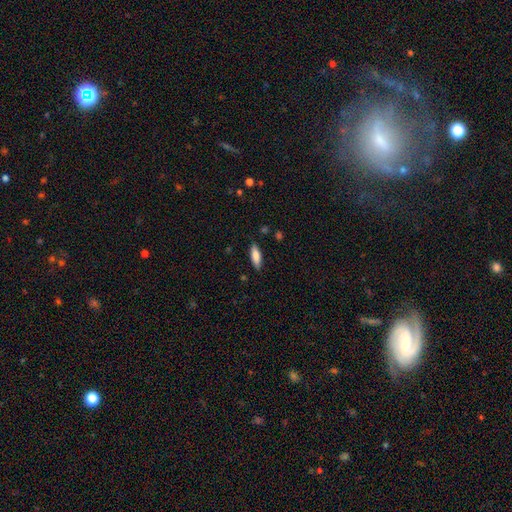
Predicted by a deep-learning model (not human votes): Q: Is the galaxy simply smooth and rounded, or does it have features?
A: smooth — 81%.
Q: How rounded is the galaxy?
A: in between — 58%.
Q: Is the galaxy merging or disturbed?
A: none — 87%.